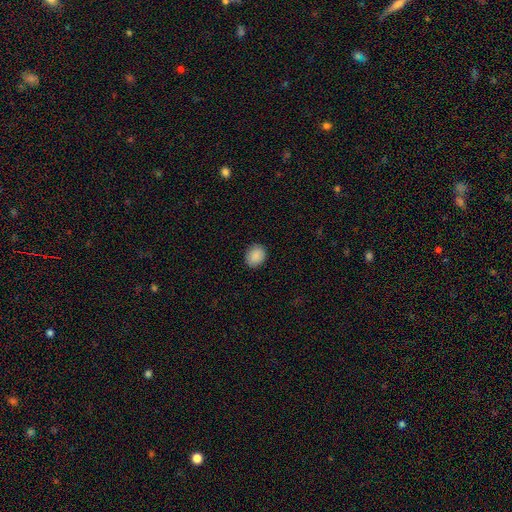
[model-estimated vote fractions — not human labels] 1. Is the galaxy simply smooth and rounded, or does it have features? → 89% smooth, 8% star or artifact, 3% featured or disk.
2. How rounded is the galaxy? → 57% round, 42% in between, 1% cigar-shaped.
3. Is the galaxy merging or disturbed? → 88% none, 9% minor disturbance, 2% major disturbance, 1% merger.